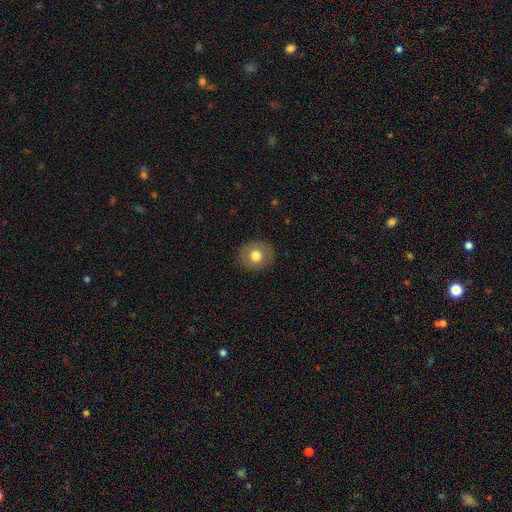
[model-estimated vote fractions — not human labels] smooth_or_featured: smooth (p=0.73) [alt: featured or disk p=0.19]
how_rounded: round (p=0.76) [alt: in between p=0.23]
merging: none (p=0.87) [alt: minor disturbance p=0.09]